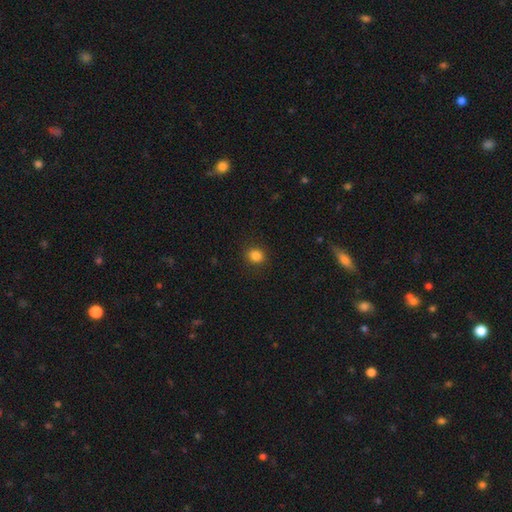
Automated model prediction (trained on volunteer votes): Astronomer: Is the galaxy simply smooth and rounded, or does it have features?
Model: smooth — 85%.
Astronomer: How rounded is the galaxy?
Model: round — 74%.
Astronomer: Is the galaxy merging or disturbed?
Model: none — 89%.